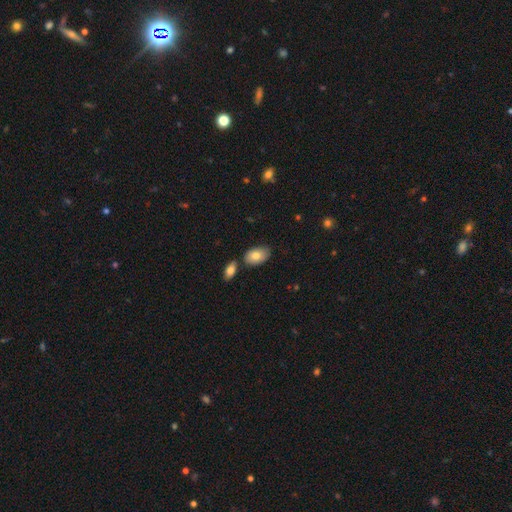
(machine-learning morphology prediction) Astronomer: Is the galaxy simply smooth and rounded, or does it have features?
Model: smooth — 80%.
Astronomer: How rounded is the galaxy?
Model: in between — 92%.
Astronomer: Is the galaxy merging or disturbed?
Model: none — 70%.